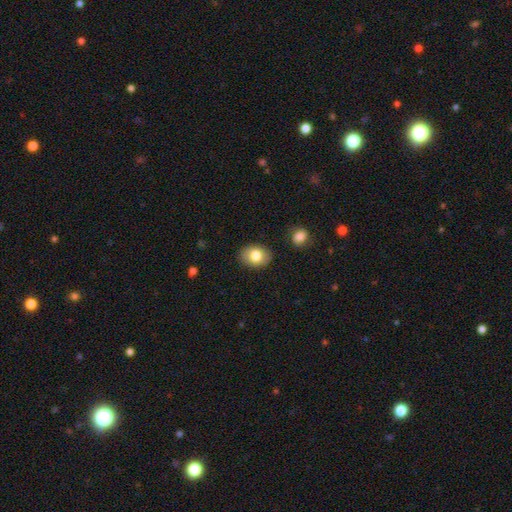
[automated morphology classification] smooth 80%, featured or disk 12%, star or artifact 8%. Down the decision tree: how rounded — in between (68%); merging — none (86%).